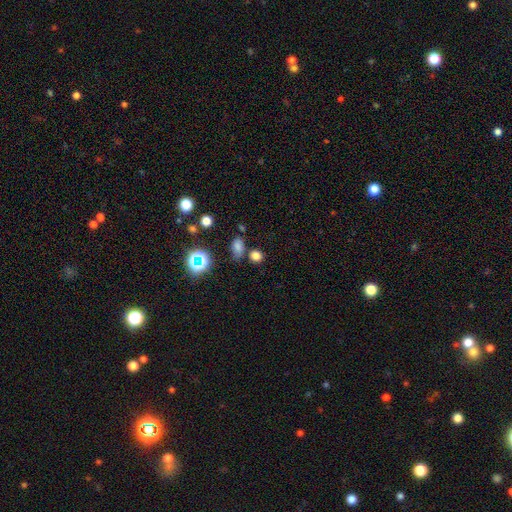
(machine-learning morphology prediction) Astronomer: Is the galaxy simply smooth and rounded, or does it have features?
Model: smooth — 71%.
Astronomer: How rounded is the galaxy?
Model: round — 57% (runner-up: in between, 41%).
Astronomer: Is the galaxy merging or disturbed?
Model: none — 69%.